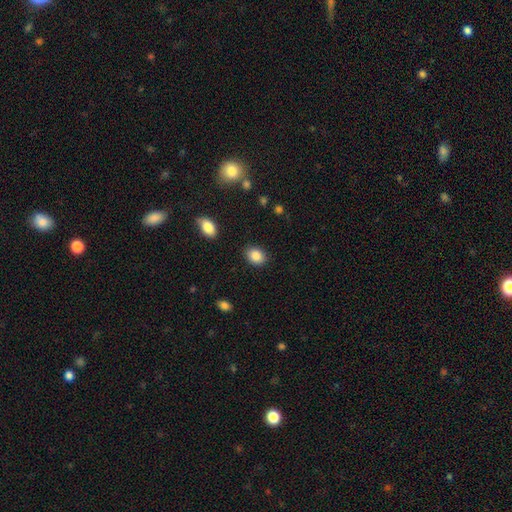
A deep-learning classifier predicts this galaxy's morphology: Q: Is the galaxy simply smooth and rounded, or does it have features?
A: smooth — 87%.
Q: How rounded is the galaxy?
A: in between — 63%.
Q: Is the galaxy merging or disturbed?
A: none — 86%.